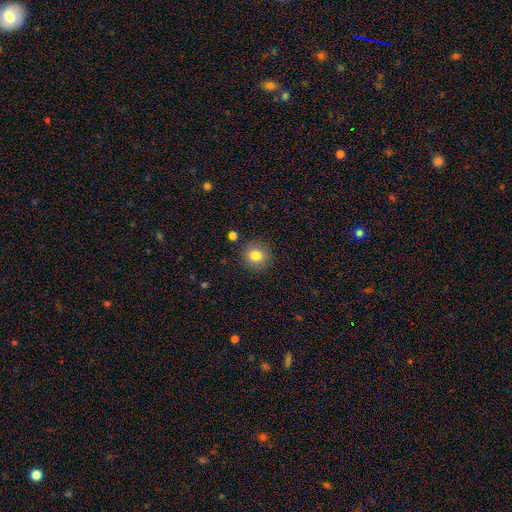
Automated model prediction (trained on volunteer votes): smooth_or_featured: smooth (p=0.82) [alt: star or artifact p=0.11]
how_rounded: round (p=0.90) [alt: in between p=0.09]
merging: none (p=0.87) [alt: minor disturbance p=0.08]